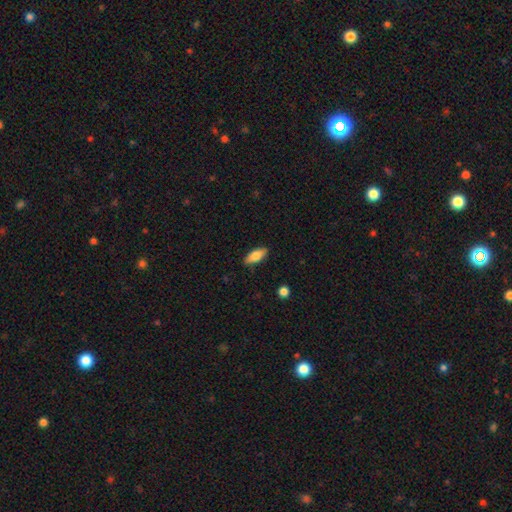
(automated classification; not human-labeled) This appears to be a smooth galaxy with no disk features (76%) that is in between round and cigar-shaped (78%). Merging: none (88%).